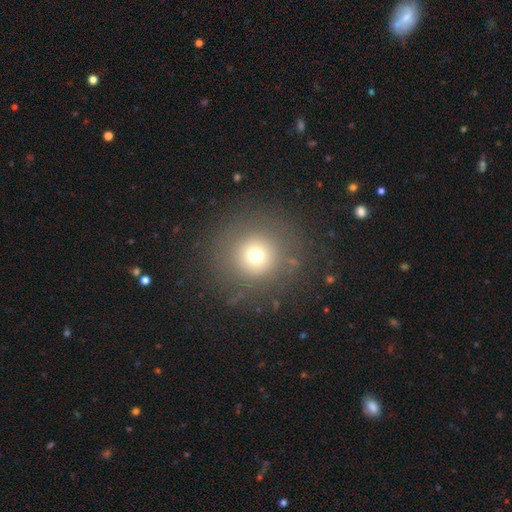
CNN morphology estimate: Q: Smooth or featured?
A: smooth (69%); runner-up: star or artifact (18%)
Q: How rounded?
A: round (94%); runner-up: in between (5%)
Q: Merging?
A: none (84%); runner-up: minor disturbance (9%)